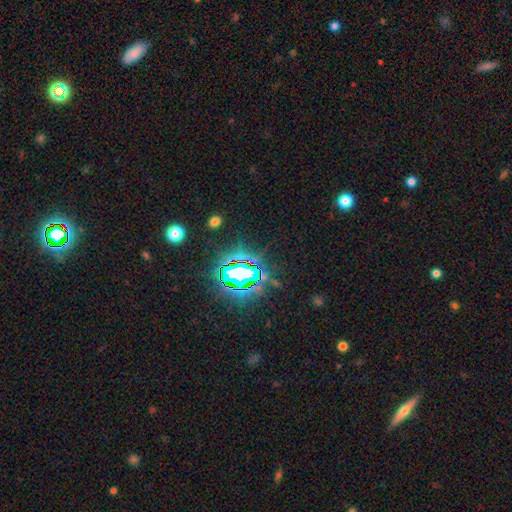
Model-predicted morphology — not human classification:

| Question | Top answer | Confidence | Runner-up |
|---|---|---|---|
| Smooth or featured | star or artifact | 84% | smooth (10%) |